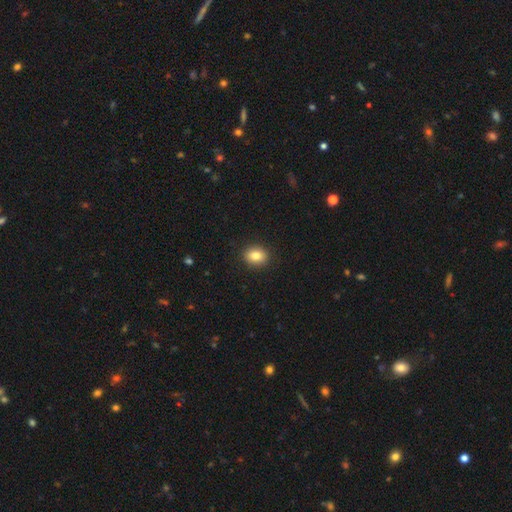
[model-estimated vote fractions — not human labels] smooth_or_featured: smooth (p=0.83) [alt: star or artifact p=0.10]
how_rounded: in between (p=0.50) [alt: round p=0.49]
merging: none (p=0.91) [alt: minor disturbance p=0.06]